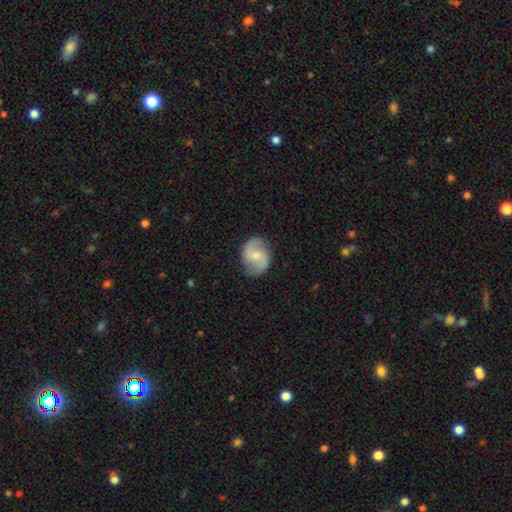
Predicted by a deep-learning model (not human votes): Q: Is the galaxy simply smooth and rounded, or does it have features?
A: featured or disk — 72%.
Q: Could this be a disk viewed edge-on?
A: no — 98%.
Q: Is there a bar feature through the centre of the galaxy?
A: weak — 51%.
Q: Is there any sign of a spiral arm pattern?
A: yes — 93%.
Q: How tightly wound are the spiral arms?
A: medium — 46%.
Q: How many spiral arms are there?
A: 2 — 91%.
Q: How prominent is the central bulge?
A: small — 48%.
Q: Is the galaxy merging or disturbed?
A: none — 83%.